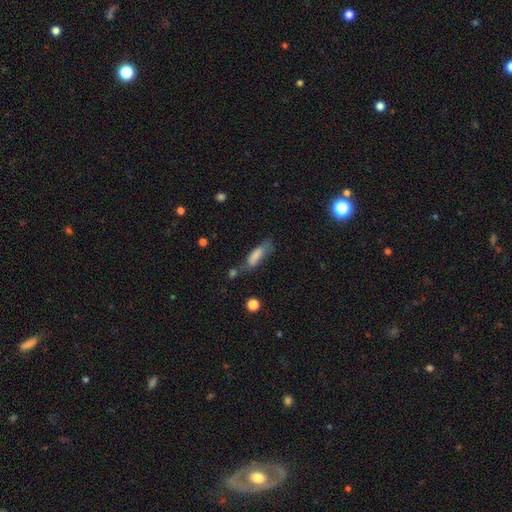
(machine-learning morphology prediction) This is likely a smooth galaxy (76%). How rounded: possibly cigar-shaped (57%). Merging: possibly none (50%).